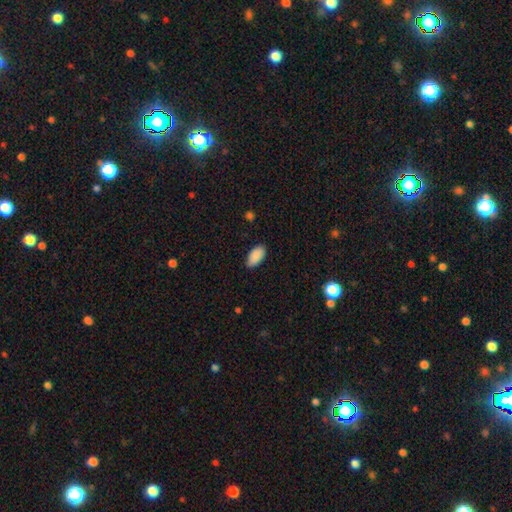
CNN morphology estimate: type=smooth (90%); roundness=in between (95%); merging=none (85%).